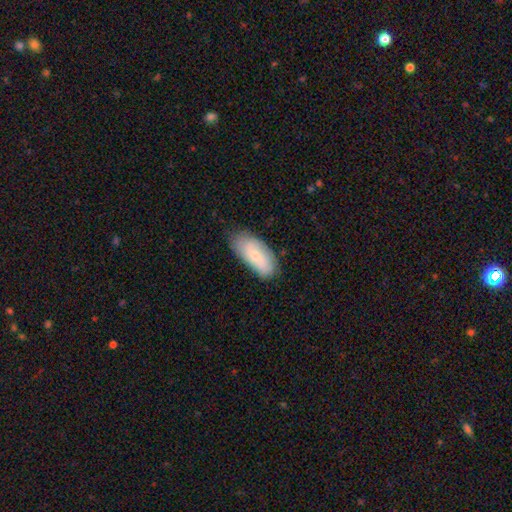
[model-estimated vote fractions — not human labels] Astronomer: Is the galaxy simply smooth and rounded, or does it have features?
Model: smooth — 65%.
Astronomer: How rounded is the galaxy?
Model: in between — 88%.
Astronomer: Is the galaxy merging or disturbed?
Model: none — 73%.